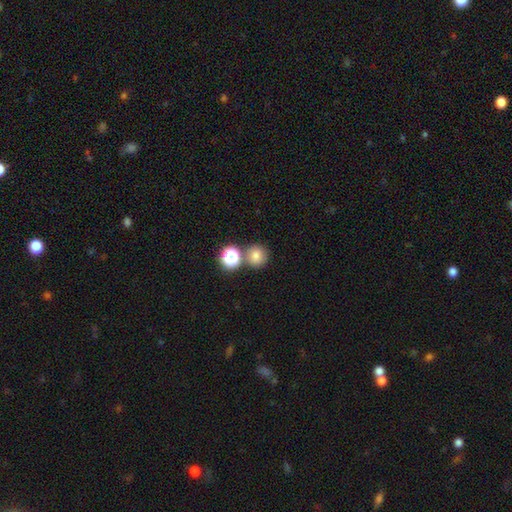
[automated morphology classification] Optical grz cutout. It shows a smooth galaxy with no disk features (76%) that is round (88%). Merging: none (70%).